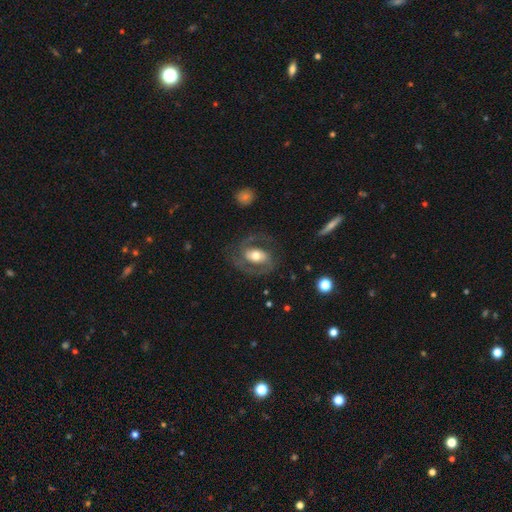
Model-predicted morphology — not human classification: smooth-or-featured: featured or disk: 78% | smooth: 16% | star or artifact: 6%
  disk-edge-on: no: 96% | yes: 4%
    bar: weak: 37% | no: 35% | strong: 28%
    has-spiral-arms: yes: 89% | no: 11%
      spiral-winding: medium: 55% | tight: 28% | loose: 17%
      spiral-arm-count: 2: 87% | can't tell: 5% | 1: 3% | 3: 2% | 4: 1% | more than 4: 1%
    bulge-size: moderate: 63% | large: 19% | small: 15% | dominant: 2% | none: 1%
  merging: none: 71% | minor disturbance: 15% | major disturbance: 13% | merger: 2%